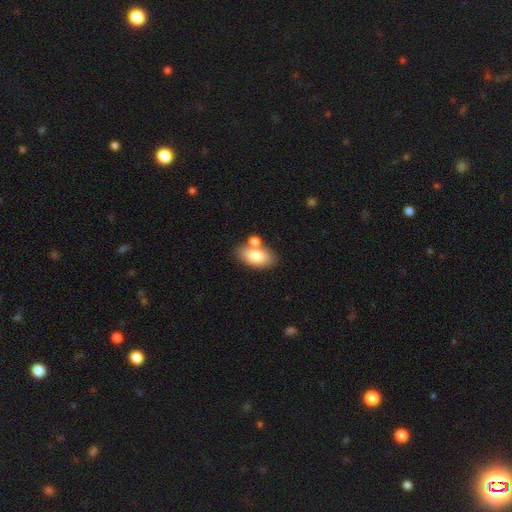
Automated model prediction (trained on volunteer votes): Smooth or featured? Predicted: smooth (p=0.77). How rounded? Predicted: in between (p=0.91). Merging? Predicted: none (p=0.60).